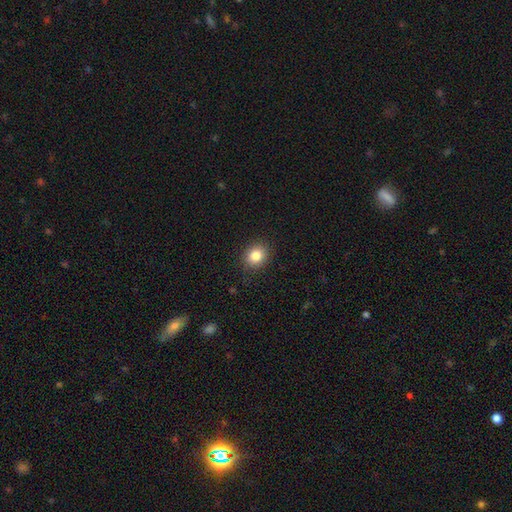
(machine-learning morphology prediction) type=smooth (83%); roundness=round (64%); merging=none (87%).